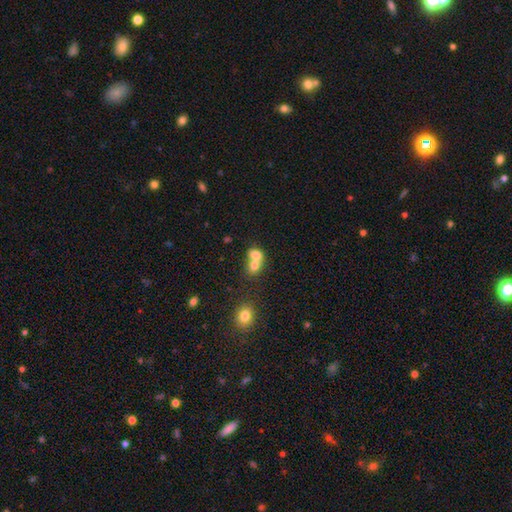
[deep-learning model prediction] Smooth or featured?
  - smooth: 73% *
  - featured or disk: 17%
  - star or artifact: 11%
How rounded?
  - round: 51% *
  - in between: 47%
  - cigar-shaped: 1%
Merging?
  - merger: 71% *
  - none: 20%
  - minor disturbance: 6%
  - major disturbance: 3%